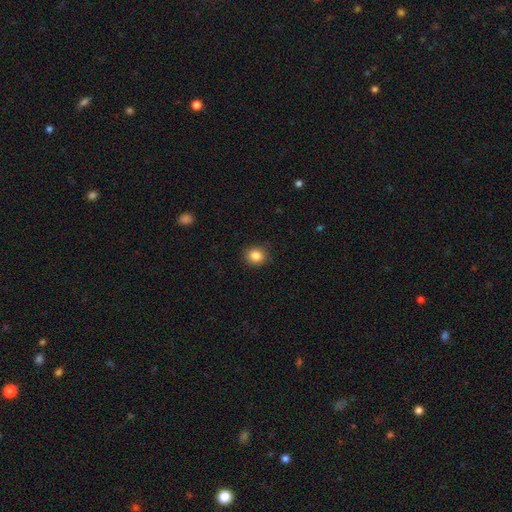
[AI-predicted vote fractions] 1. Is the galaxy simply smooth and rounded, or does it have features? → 85% smooth, 10% star or artifact, 5% featured or disk.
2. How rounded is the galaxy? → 79% round, 20% in between, 1% cigar-shaped.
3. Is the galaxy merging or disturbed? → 89% none, 8% minor disturbance, 2% major disturbance, 1% merger.